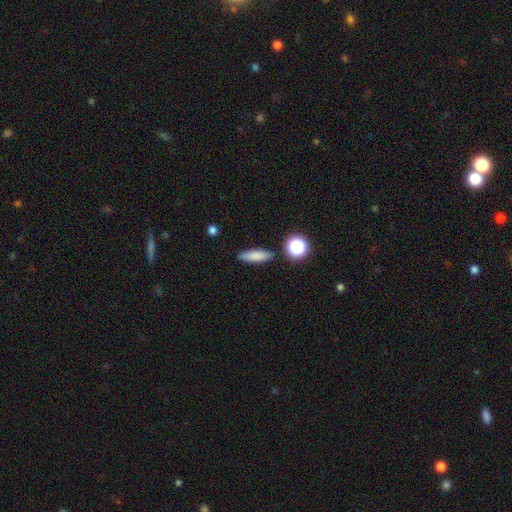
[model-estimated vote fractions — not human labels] A smooth galaxy with no disk features (81%) that is cigar-shaped (58%). Merging: none (86%).